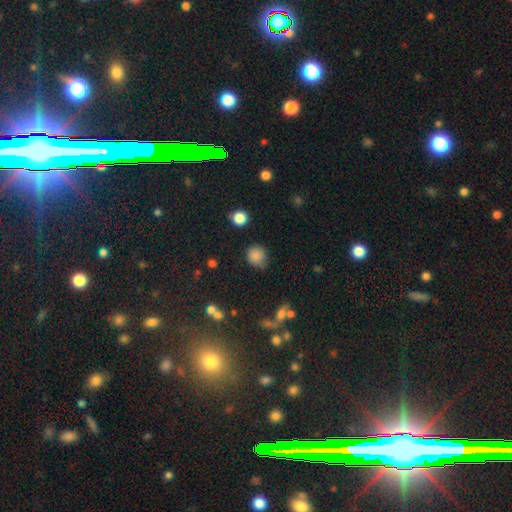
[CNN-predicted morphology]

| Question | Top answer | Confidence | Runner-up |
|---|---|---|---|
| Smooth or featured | smooth | 82% | star or artifact (12%) |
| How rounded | round | 85% | in between (14%) |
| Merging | none | 72% | minor disturbance (20%) |